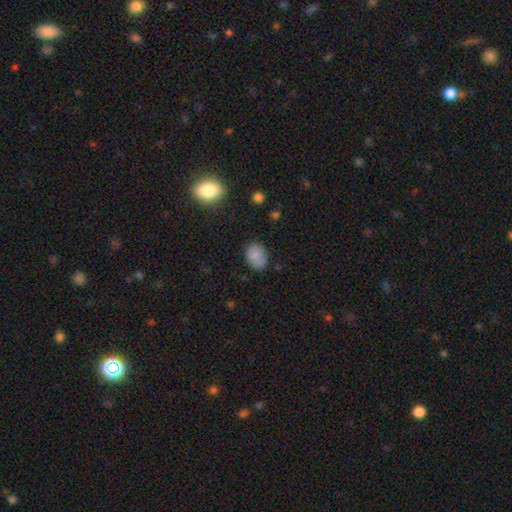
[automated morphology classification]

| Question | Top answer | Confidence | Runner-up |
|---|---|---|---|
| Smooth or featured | smooth | 84% | star or artifact (11%) |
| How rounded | in between | 68% | round (31%) |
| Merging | none | 79% | minor disturbance (15%) |